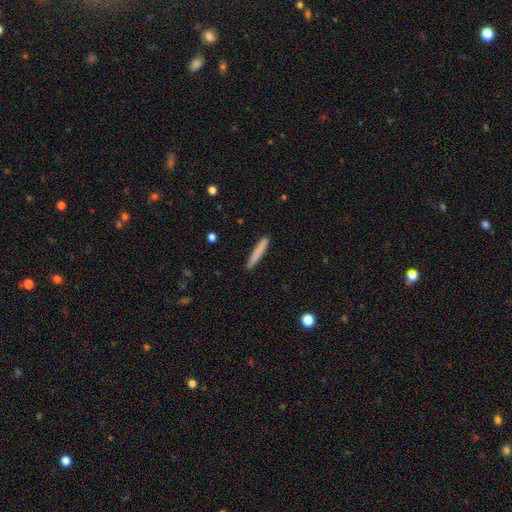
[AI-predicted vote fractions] Overall: smooth (75%). How rounded: cigar-shaped (96%). Merging: none (90%).